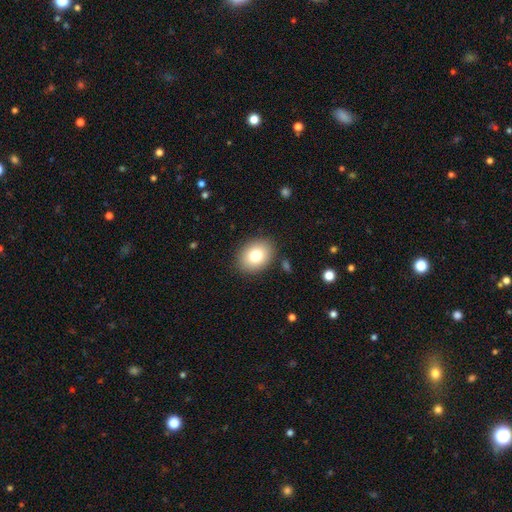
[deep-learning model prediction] smooth-or-featured: smooth: 79% | featured or disk: 12% | star or artifact: 9%
  how-rounded: in between: 63% | round: 37% | cigar-shaped: 1%
  merging: none: 87% | minor disturbance: 9% | major disturbance: 3% | merger: 2%